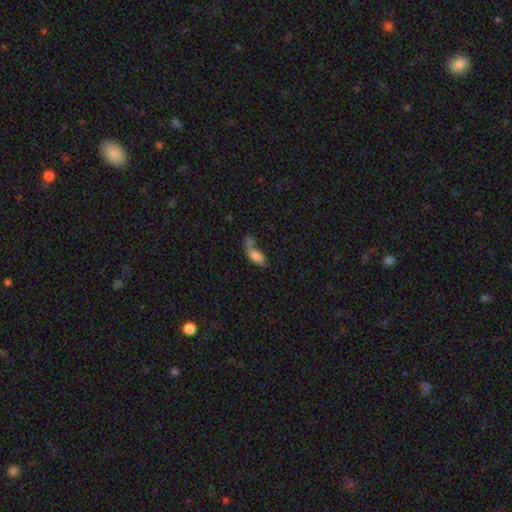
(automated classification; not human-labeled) Overall: smooth (63%; featured or disk 28%). How rounded: in between (78%). Merging: major disturbance (31%; none 27%).